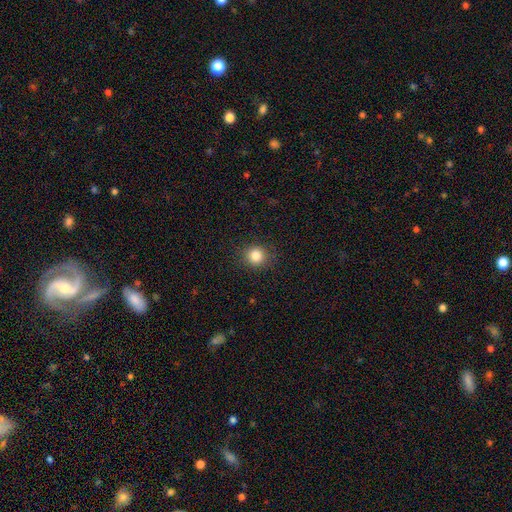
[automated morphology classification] The model was most divided on "smooth or featured": smooth: 83%, star or artifact: 11%, featured or disk: 5%. More confident: merging — none (90%); how rounded — round (88%).